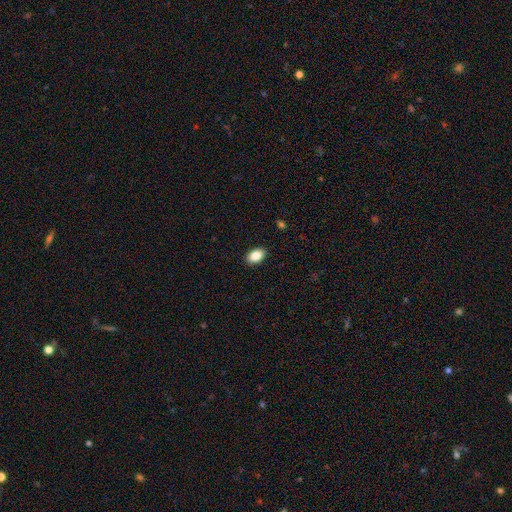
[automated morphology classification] Smooth or featured? smooth (88%)
How rounded? in between (91%)
Merging? none (90%)